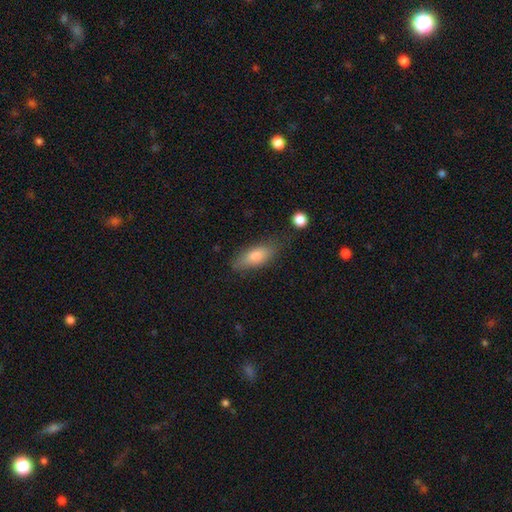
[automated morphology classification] smooth_or_featured: smooth (p=0.76) [alt: featured or disk p=0.17]
how_rounded: in between (p=0.70) [alt: cigar-shaped p=0.27]
merging: none (p=0.76) [alt: minor disturbance p=0.18]